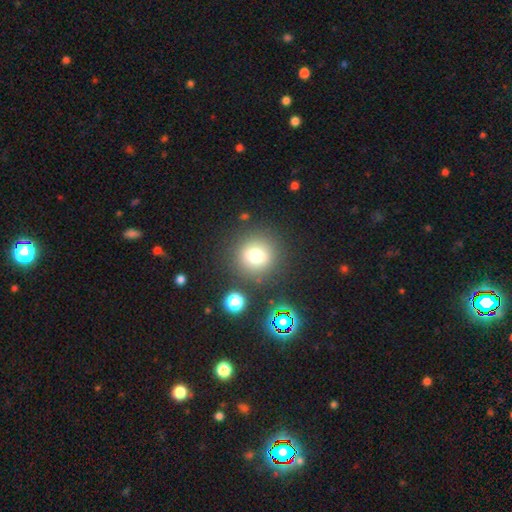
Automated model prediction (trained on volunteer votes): smooth-or-featured: smooth: 69% | star or artifact: 16% | featured or disk: 15%
  how-rounded: round: 86% | in between: 13% | cigar-shaped: 1%
  merging: none: 84% | minor disturbance: 8% | merger: 4% | major disturbance: 4%